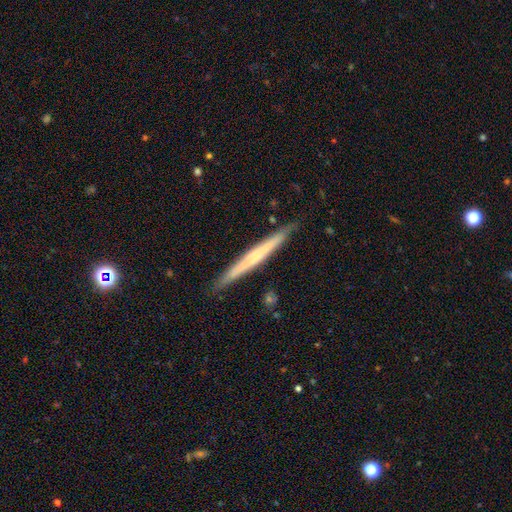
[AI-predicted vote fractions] This appears to be a featured or disk galaxy (52%) viewed edge-on (97%) with no central bulge (71%). Merging: none (89%).